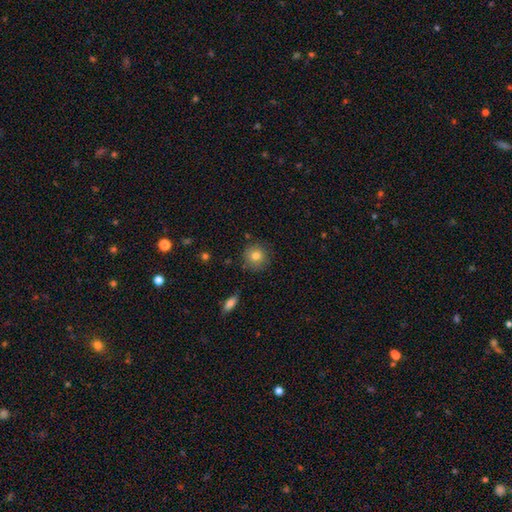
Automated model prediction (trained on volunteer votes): This appears to be a smooth galaxy with no disk features (81%) that is round (92%). Merging: none (85%).